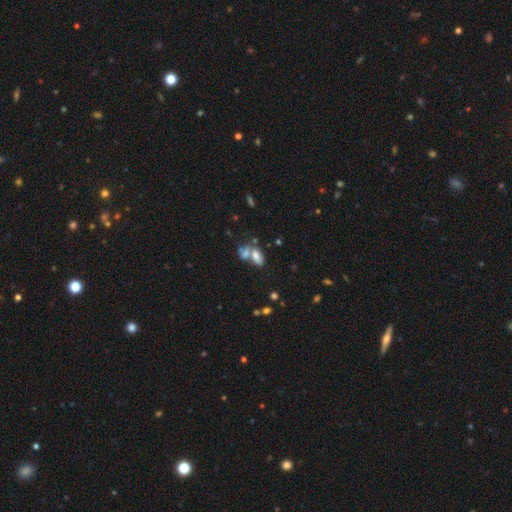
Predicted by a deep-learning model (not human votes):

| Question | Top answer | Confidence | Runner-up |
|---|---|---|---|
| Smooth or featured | smooth | 70% | featured or disk (19%) |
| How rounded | in between | 88% | round (8%) |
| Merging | merger | 53% | none (31%) |